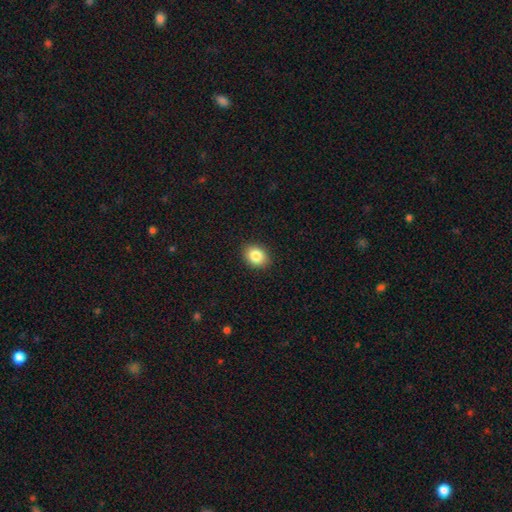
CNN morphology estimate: smooth 85%, star or artifact 9%, featured or disk 6%. Down the decision tree: how rounded — in between (51%); merging — none (89%).